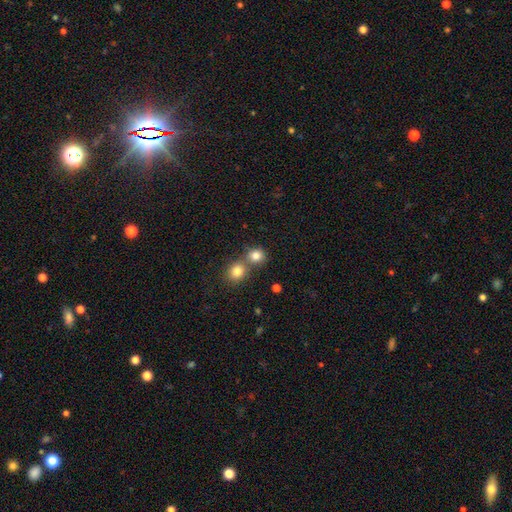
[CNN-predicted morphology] smooth 81%, star or artifact 12%, featured or disk 7%. Down the decision tree: how rounded — round (83%); merging — none (50%).